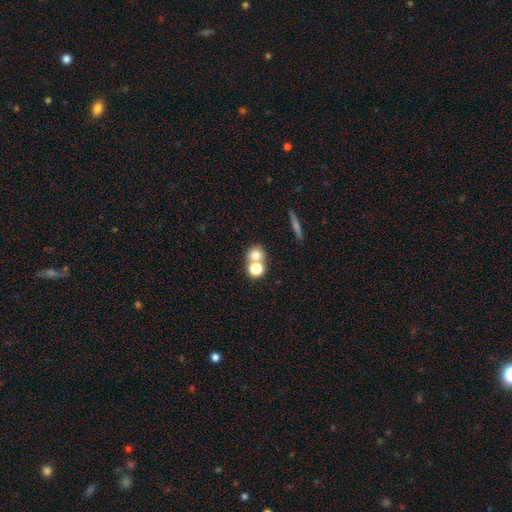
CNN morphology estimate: type=smooth (72%); roundness=round (80%); merging=merger (47%).